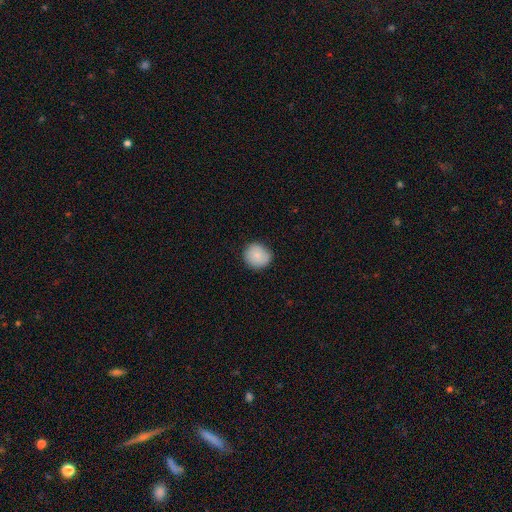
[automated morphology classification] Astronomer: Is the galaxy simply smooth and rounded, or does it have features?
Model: smooth — 86%.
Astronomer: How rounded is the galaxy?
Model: round — 87%.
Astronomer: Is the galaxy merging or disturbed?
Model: none — 84%.